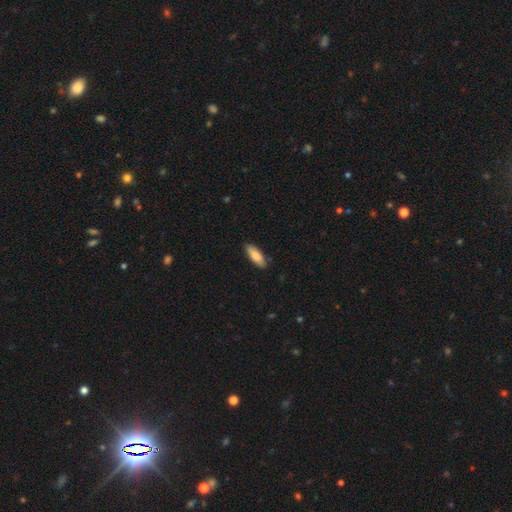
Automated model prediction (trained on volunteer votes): This appears to be a smooth galaxy with no disk features (84%) that is in between round and cigar-shaped (63%). Merging: none (86%).